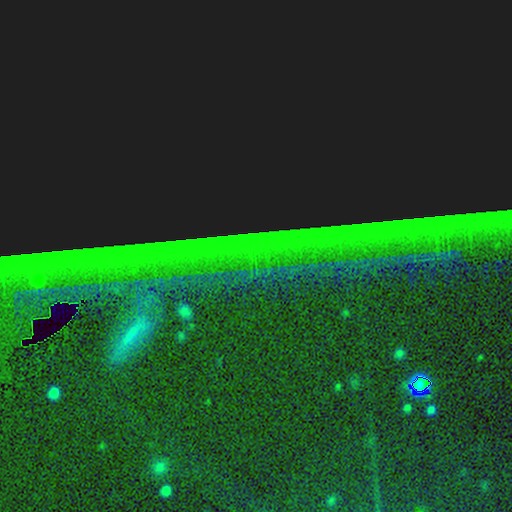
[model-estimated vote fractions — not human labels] Morphology: type=star or artifact (87%).